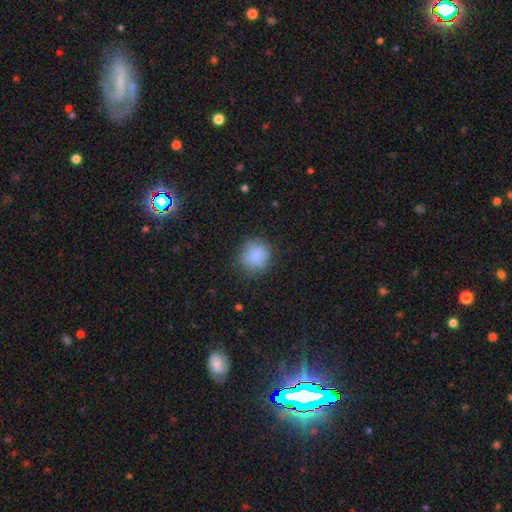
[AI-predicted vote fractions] Smooth or featured?
  - smooth: 86% *
  - star or artifact: 9%
  - featured or disk: 4%
How rounded?
  - round: 89% *
  - in between: 10%
  - cigar-shaped: 1%
Merging?
  - none: 82% *
  - minor disturbance: 12%
  - major disturbance: 4%
  - merger: 1%